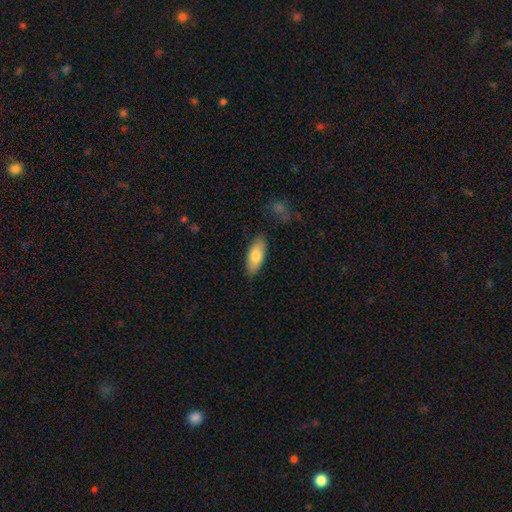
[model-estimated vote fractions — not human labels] A smooth galaxy with no disk features (76%) that is in between round and cigar-shaped (80%). Merging: none (84%).